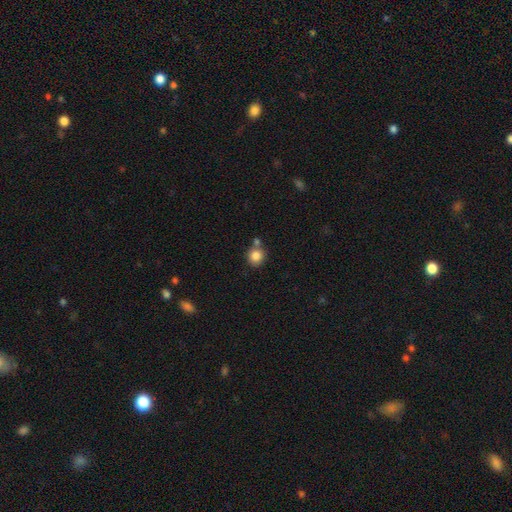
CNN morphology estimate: This is clearly a smooth galaxy (84%). How rounded: clearly round (90%). Merging: likely none (67%).